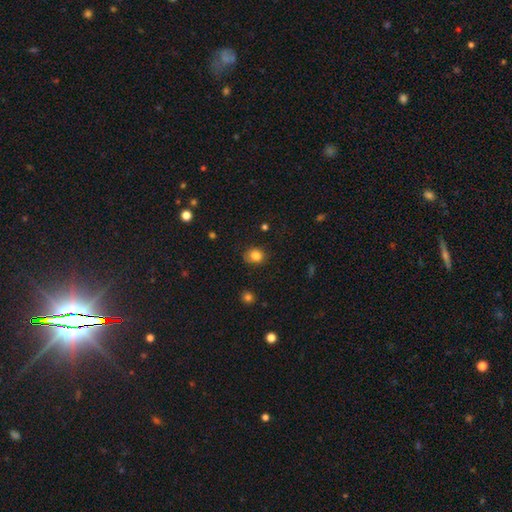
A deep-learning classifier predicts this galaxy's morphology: This is clearly a smooth galaxy (83%). How rounded: likely round (63%). Merging: likely none (75%).